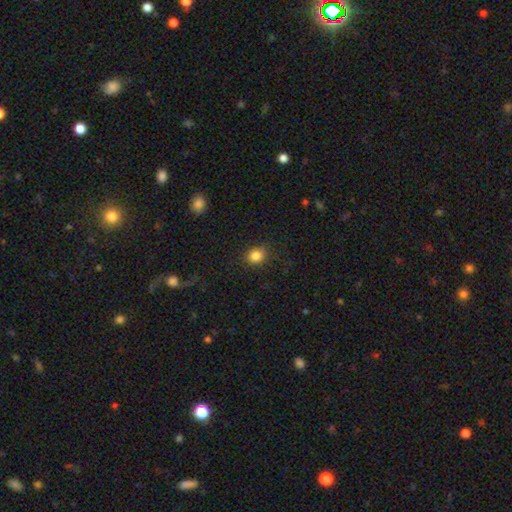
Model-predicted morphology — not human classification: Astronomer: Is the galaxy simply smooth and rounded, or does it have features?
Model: smooth — 84%.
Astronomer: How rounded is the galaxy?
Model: round — 72%.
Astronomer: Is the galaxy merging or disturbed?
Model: none — 86%.